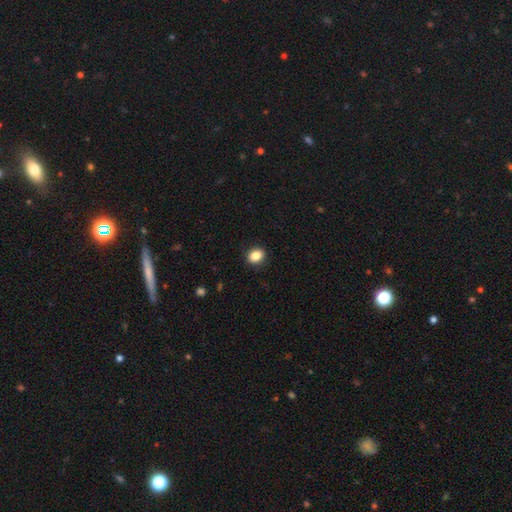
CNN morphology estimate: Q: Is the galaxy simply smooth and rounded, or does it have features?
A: smooth — 86%.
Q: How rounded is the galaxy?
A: round — 51%.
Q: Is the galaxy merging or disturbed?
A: none — 90%.